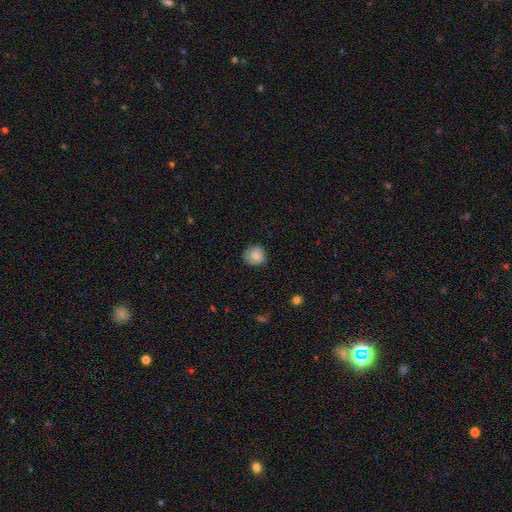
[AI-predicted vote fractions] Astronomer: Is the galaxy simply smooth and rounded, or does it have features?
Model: smooth — 81%.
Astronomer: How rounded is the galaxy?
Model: round — 87%.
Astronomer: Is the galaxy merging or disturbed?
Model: none — 81%.